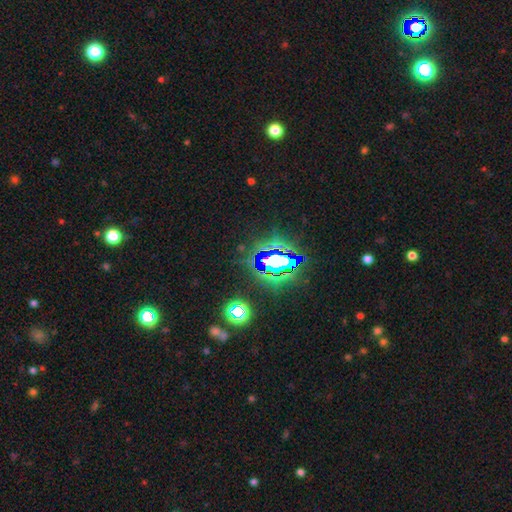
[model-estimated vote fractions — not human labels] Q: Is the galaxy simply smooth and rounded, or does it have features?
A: star or artifact — 83%.